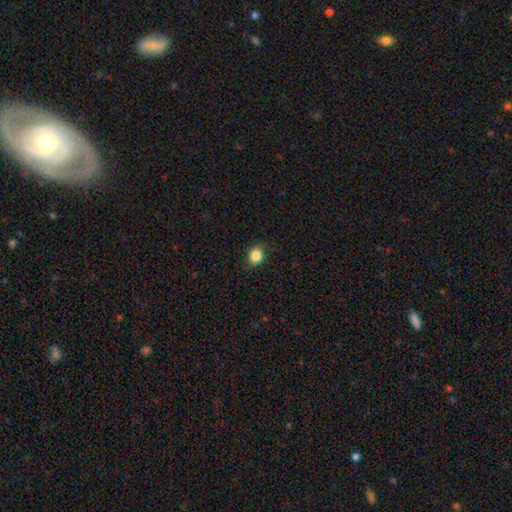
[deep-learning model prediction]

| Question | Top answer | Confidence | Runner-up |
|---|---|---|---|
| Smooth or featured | smooth | 85% | star or artifact (10%) |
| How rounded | round | 58% | in between (41%) |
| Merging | none | 86% | minor disturbance (11%) |